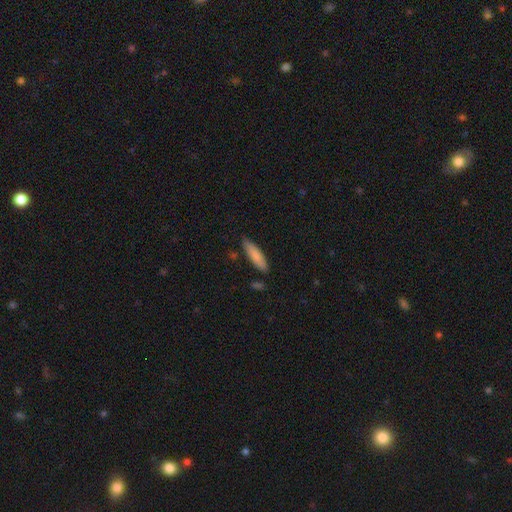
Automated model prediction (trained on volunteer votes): Smooth or featured? Predicted: smooth (p=0.82). How rounded? Predicted: cigar-shaped (p=0.65). Merging? Predicted: none (p=0.83).